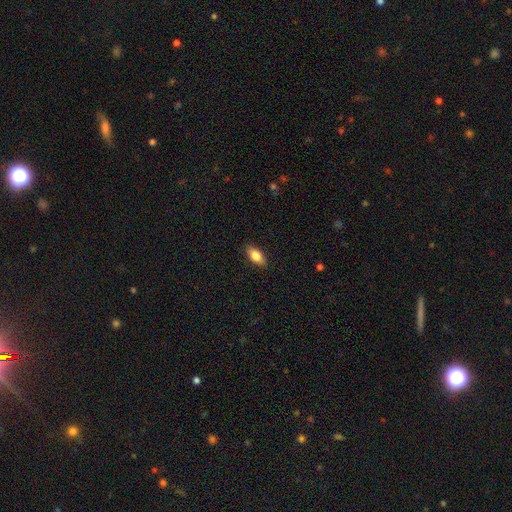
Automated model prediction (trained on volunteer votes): Smooth or featured? smooth (78%)
How rounded? in between (85%)
Merging? none (88%)